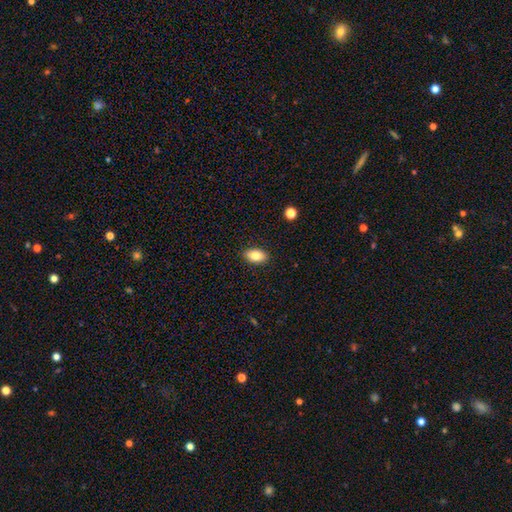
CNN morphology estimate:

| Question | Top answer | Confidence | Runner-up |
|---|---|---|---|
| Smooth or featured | smooth | 83% | featured or disk (9%) |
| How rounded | in between | 91% | round (7%) |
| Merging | none | 88% | minor disturbance (9%) |